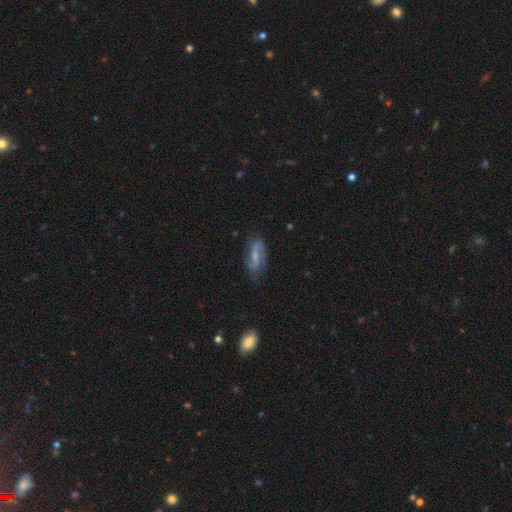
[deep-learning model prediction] Smooth or featured? Predicted: featured or disk (p=0.70). Edge-on disk? Predicted: no (p=0.92). Bar? Predicted: weak (p=0.45). Spiral arms? Predicted: yes (p=0.90). Spiral winding? Predicted: loose (p=0.57). Spiral arm count? Predicted: 2 (p=0.87). Bulge size? Predicted: small (p=0.44). Merging? Predicted: none (p=0.74).